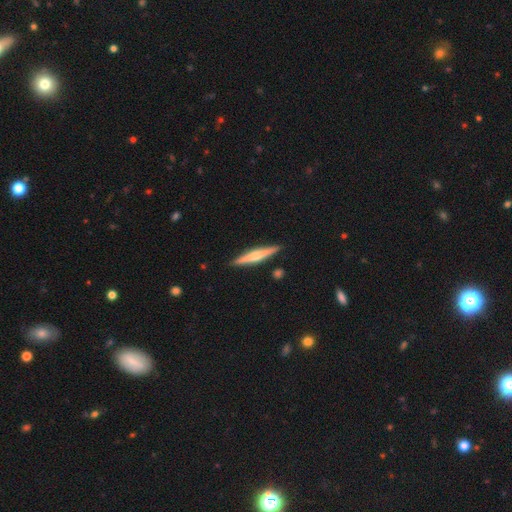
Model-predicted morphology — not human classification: Smooth or featured?
  - featured or disk: 60% *
  - smooth: 34%
  - star or artifact: 6%
Edge-on disk?
  - yes: 97% *
  - no: 3%
Edge-on bulge?
  - rounded: 82% *
  - none: 11%
  - boxy: 8%
Merging?
  - none: 90% *
  - minor disturbance: 7%
  - merger: 2%
  - major disturbance: 1%